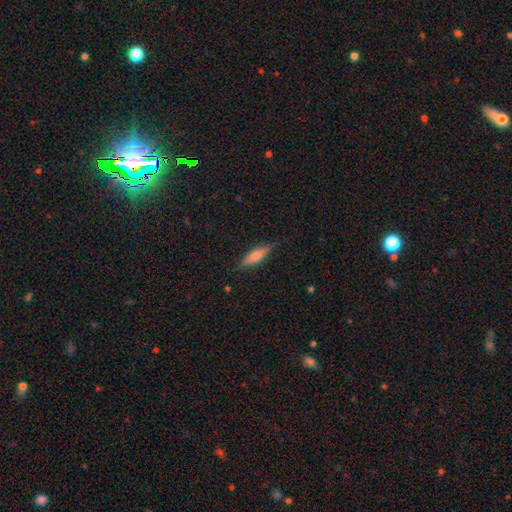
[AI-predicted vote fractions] The model was most divided on "smooth or featured": smooth: 59%, featured or disk: 34%, star or artifact: 7%. More confident: merging — none (84%); how rounded — cigar-shaped (66%).